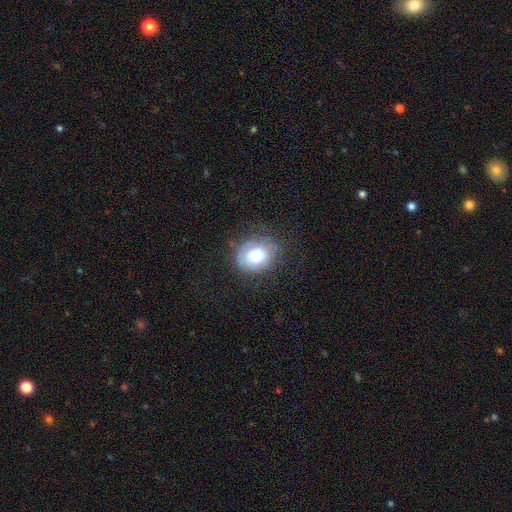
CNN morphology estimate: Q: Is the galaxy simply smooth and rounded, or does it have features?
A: smooth — 67%.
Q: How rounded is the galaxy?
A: round — 56%.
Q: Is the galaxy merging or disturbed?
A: none — 69%.